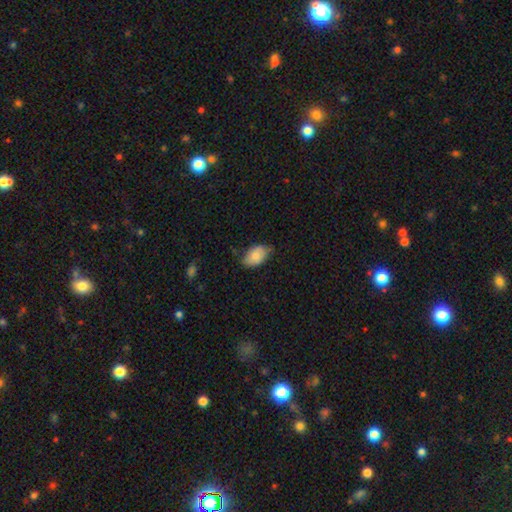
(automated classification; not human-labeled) A smooth galaxy with no disk features (79%) that is in between round and cigar-shaped (91%). Merging: none (67%).